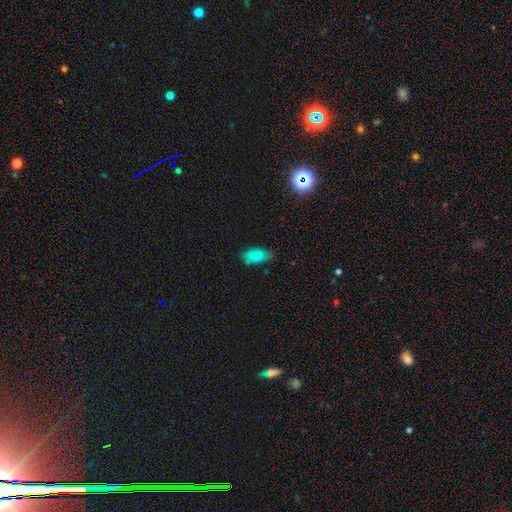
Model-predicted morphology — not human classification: Smooth or featured? smooth (83%)
How rounded? in between (90%)
Merging? none (74%)